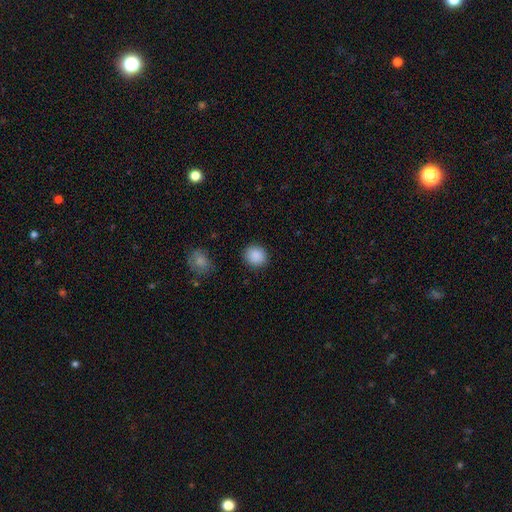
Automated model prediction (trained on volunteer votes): This appears to be a smooth galaxy with no disk features (89%) that is round (82%). Merging: none (89%).